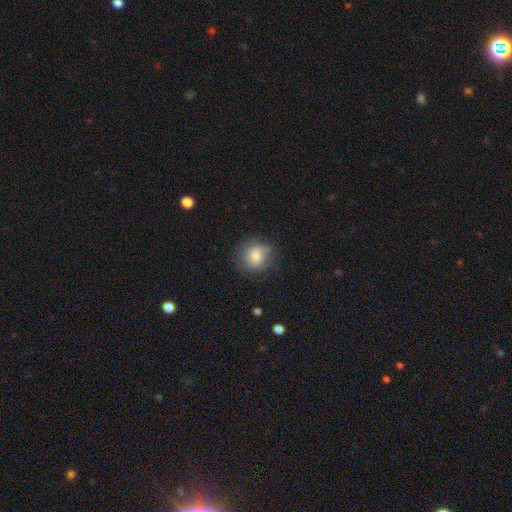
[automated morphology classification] Smooth or featured? Predicted: smooth (p=0.81). How rounded? Predicted: round (p=0.83). Merging? Predicted: none (p=0.77).